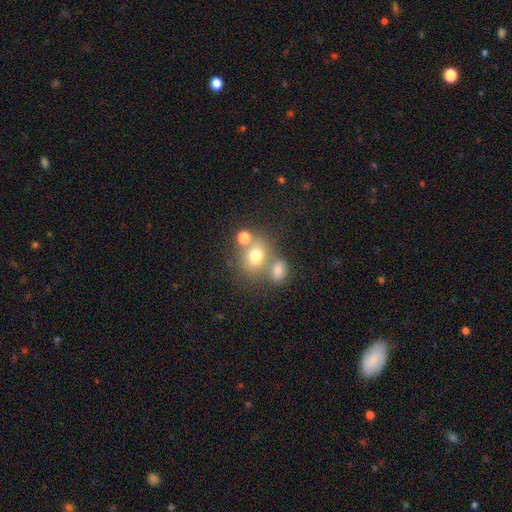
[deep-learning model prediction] A smooth galaxy with no disk features (72%) that is round (66%). Merging: none (48%).